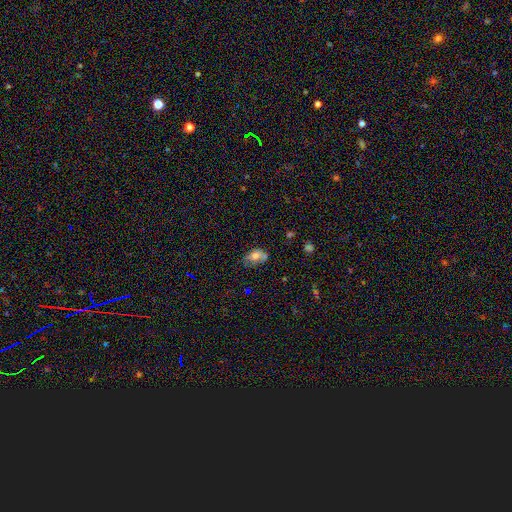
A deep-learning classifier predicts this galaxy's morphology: Smooth or featured? Predicted: smooth (p=0.69). How rounded? Predicted: in between (p=0.79). Merging? Predicted: none (p=0.43).